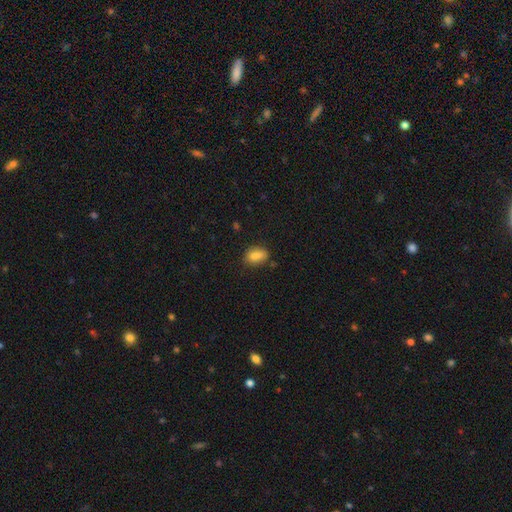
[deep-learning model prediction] This appears to be a smooth galaxy with no disk features (82%) that is in between round and cigar-shaped (79%). Merging: none (67%).